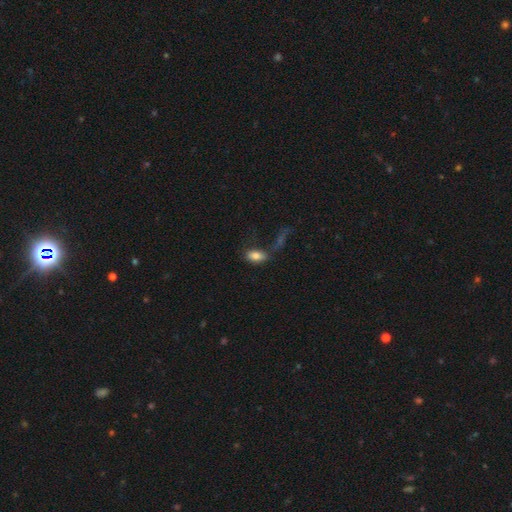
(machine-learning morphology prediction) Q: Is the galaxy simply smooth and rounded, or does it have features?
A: smooth — 81%.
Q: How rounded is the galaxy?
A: in between — 91%.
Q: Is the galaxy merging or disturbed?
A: none — 50%.